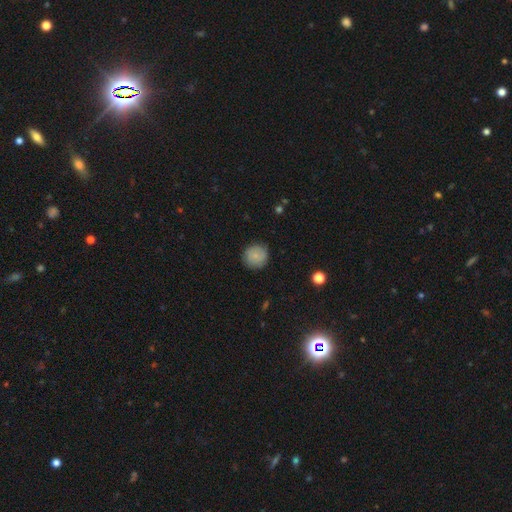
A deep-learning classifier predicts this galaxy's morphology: smooth-or-featured: smooth: 78% | featured or disk: 14% | star or artifact: 8%
  how-rounded: round: 92% | in between: 7% | cigar-shaped: 1%
  merging: none: 86% | minor disturbance: 11% | major disturbance: 3% | merger: 1%